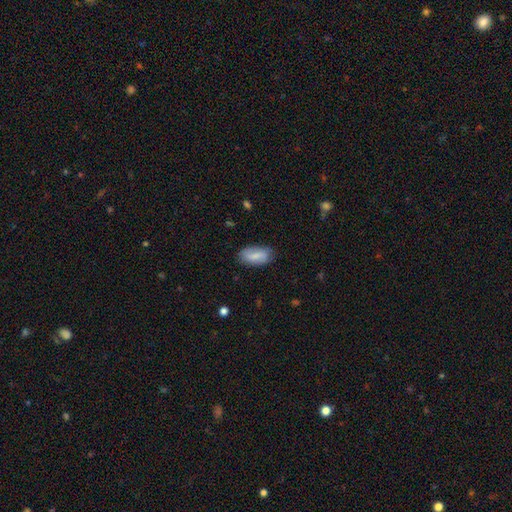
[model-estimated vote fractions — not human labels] This is likely a smooth galaxy (74%). How rounded: clearly in between (92%). Merging: likely none (78%).